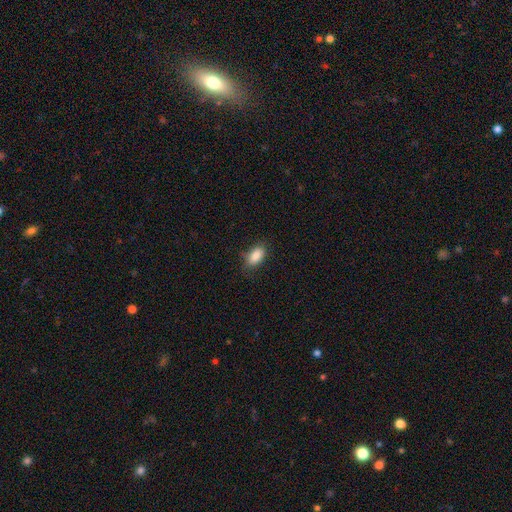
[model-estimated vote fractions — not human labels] Smooth or featured? Predicted: smooth (p=0.87). How rounded? Predicted: in between (p=0.90). Merging? Predicted: none (p=0.79).